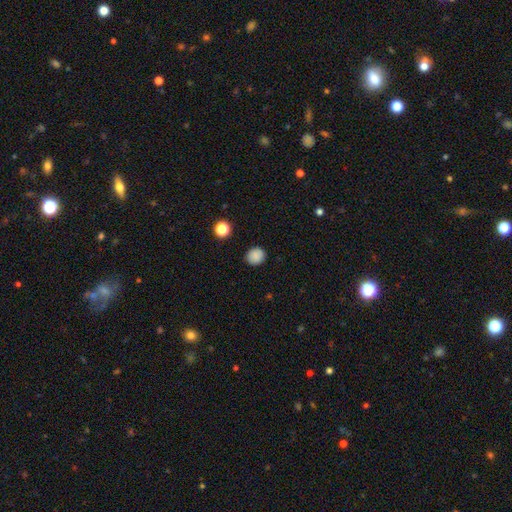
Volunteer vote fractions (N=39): Overall: smooth (87%). How rounded: round (82%). Merging: none (86%).